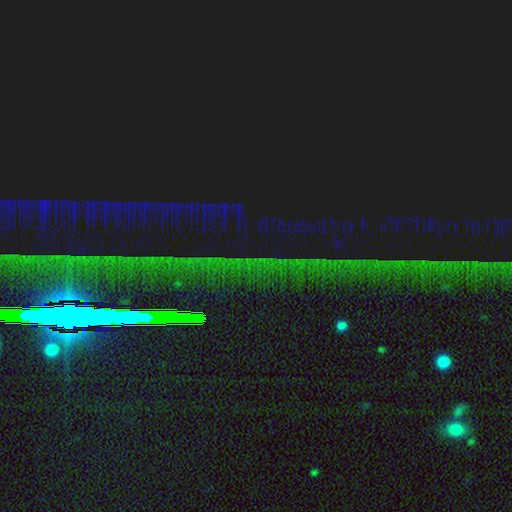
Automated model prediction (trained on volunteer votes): Overall: star or artifact (87%).